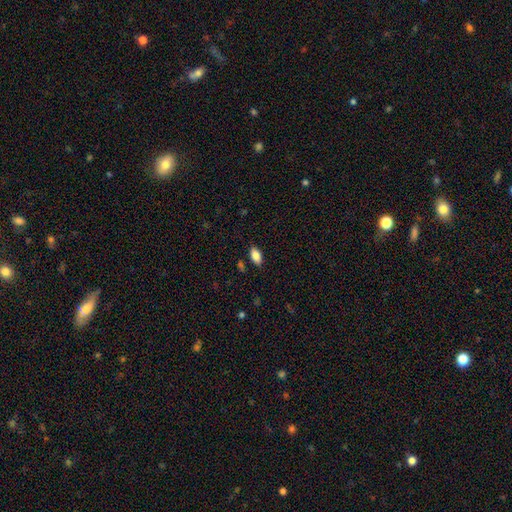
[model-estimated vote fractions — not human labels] smooth 85%, star or artifact 8%, featured or disk 8%. Down the decision tree: how rounded — in between (91%); merging — none (86%).